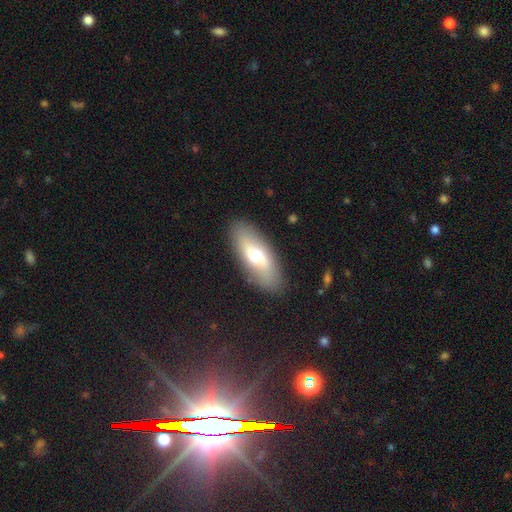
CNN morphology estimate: smooth_or_featured: smooth (p=0.55) [alt: featured or disk p=0.39]
how_rounded: in between (p=0.77) [alt: cigar-shaped p=0.20]
merging: none (p=0.86) [alt: minor disturbance p=0.10]